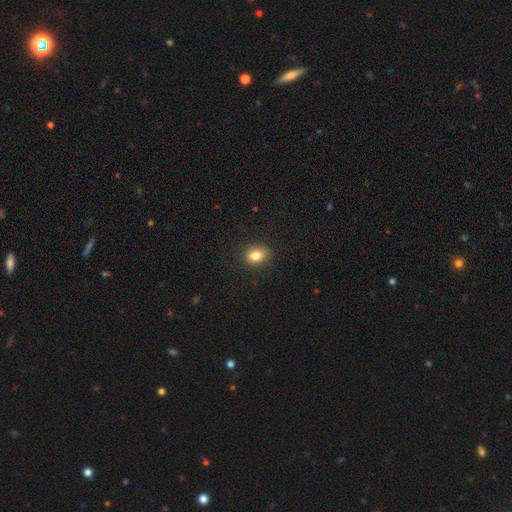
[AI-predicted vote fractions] smooth-or-featured: smooth: 82% | star or artifact: 10% | featured or disk: 7%
  how-rounded: in between: 59% | round: 40% | cigar-shaped: 1%
  merging: none: 85% | minor disturbance: 11% | major disturbance: 3% | merger: 1%